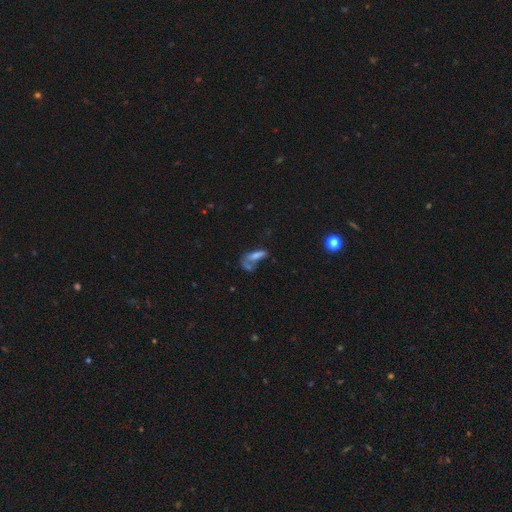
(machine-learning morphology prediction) Q: Smooth or featured?
A: smooth (59%); runner-up: featured or disk (26%)
Q: How rounded?
A: in between (55%); runner-up: cigar-shaped (40%)
Q: Merging?
A: merger (41%); runner-up: none (27%)